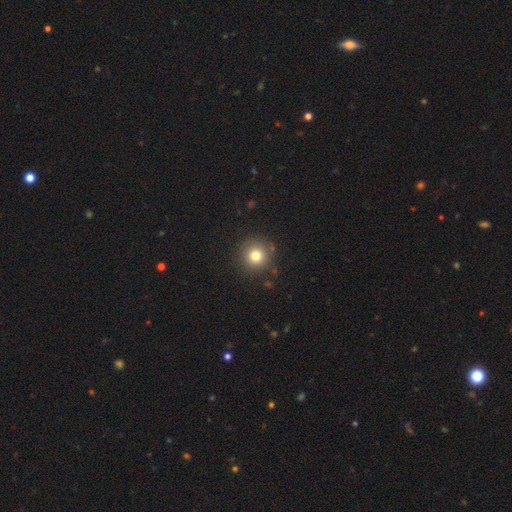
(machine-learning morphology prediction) Q: Smooth or featured?
A: smooth (78%); runner-up: star or artifact (13%)
Q: How rounded?
A: round (95%); runner-up: in between (4%)
Q: Merging?
A: none (88%); runner-up: minor disturbance (7%)